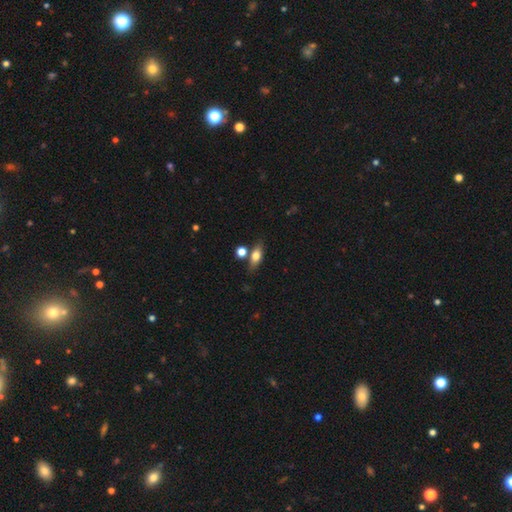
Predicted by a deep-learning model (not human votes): This appears to be a smooth galaxy with no disk features (68%) that is in between round and cigar-shaped (71%). Merging: none (71%).